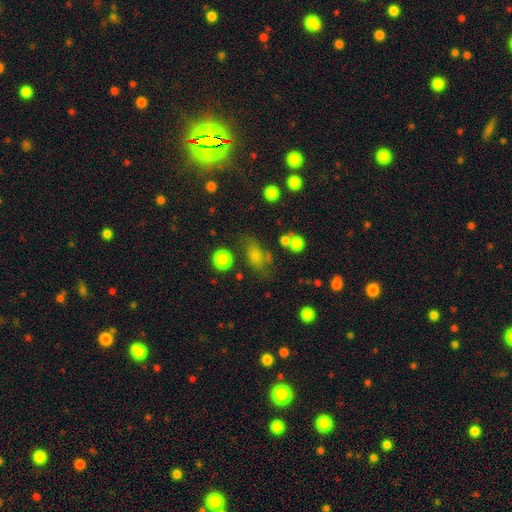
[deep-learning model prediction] This appears to be a smooth galaxy with no disk features (71%) that is in between round and cigar-shaped (70%). Merging: none (50%).